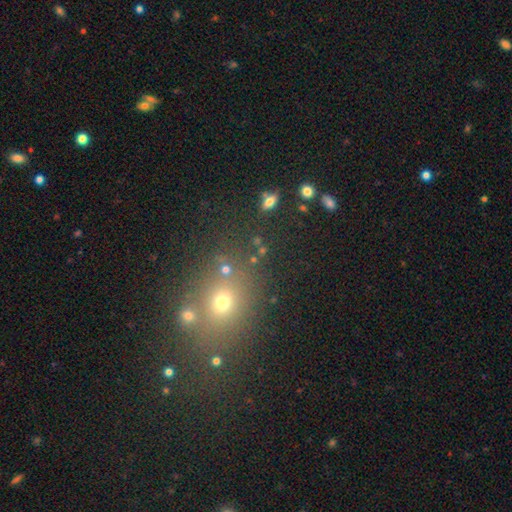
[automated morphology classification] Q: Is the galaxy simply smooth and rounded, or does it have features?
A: smooth — 46%.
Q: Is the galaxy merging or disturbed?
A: none — 73%.